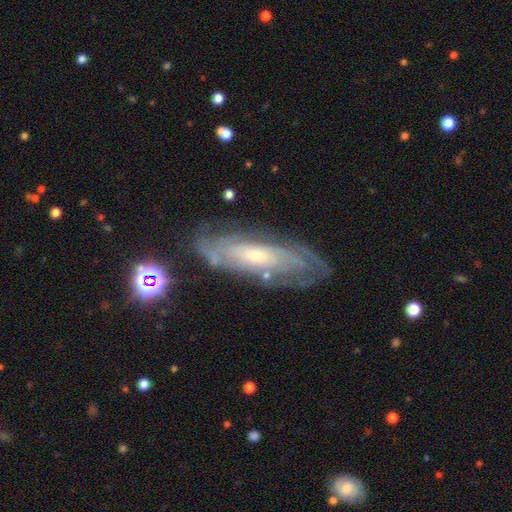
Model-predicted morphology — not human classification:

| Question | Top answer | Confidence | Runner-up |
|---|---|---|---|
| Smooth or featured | featured or disk | 78% | smooth (15%) |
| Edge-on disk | no | 80% | yes (20%) |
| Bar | no | 69% | weak (24%) |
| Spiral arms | yes | 86% | no (14%) |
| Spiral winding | tight | 72% | medium (21%) |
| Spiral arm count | can't tell | 64% | 2 (13%) |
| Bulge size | small | 70% | moderate (25%) |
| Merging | none | 76% | minor disturbance (16%) |